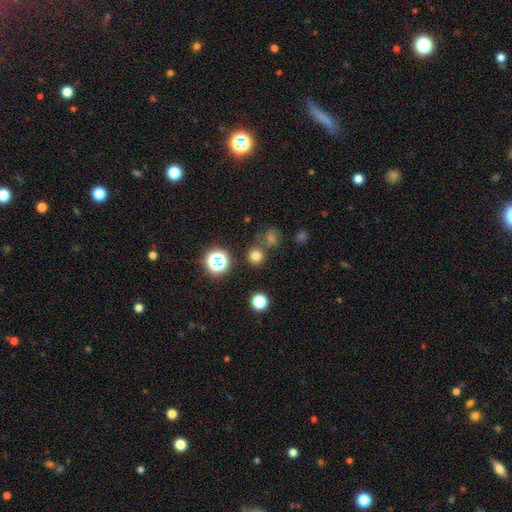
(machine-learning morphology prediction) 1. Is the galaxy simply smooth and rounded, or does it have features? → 72% smooth, 22% star or artifact, 6% featured or disk.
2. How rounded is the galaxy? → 92% round, 7% in between, 1% cigar-shaped.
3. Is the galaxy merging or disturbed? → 77% none, 12% merger, 8% minor disturbance, 3% major disturbance.